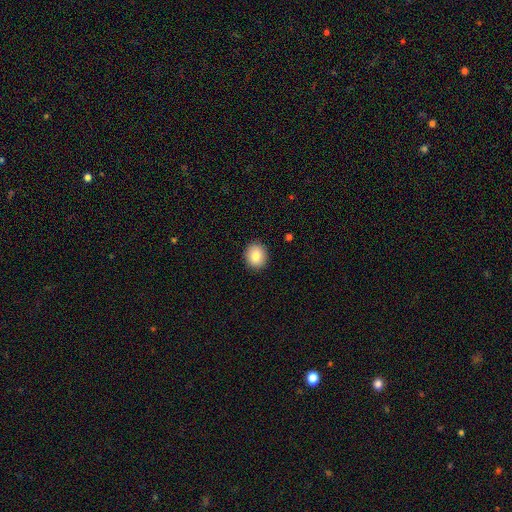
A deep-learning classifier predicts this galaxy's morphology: Overall: smooth (84%). How rounded: round (71%). Merging: none (91%).